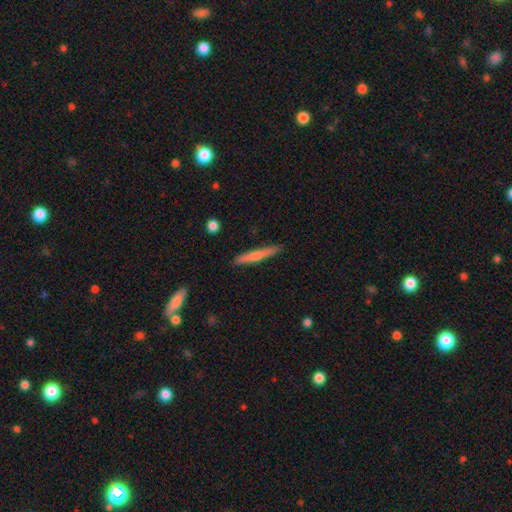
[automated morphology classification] smooth-or-featured: smooth: 62% | featured or disk: 32% | star or artifact: 6%
  how-rounded: cigar-shaped: 94% | in between: 4% | round: 1%
  merging: none: 89% | minor disturbance: 8% | major disturbance: 2% | merger: 1%